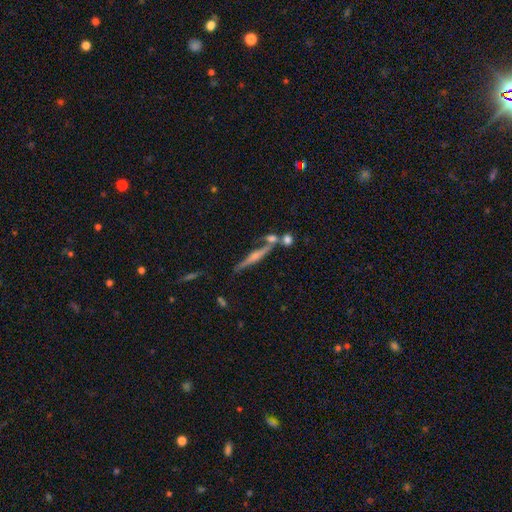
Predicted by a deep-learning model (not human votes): featured or disk 69%, smooth 22%, star or artifact 9%. Down the decision tree: edge-on disk — yes (94%); edge-on bulge — rounded (71%); merging — none (66%).